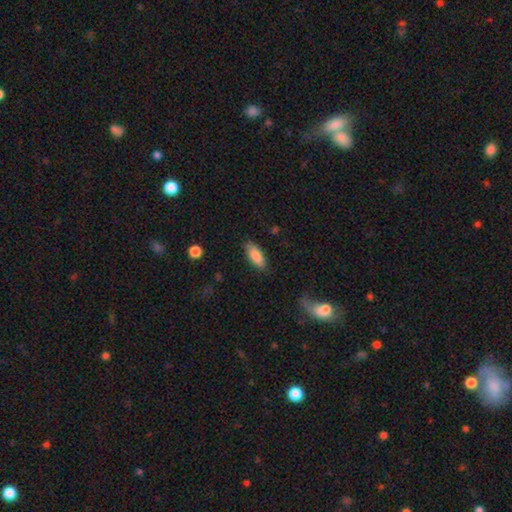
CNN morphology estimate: The model was most divided on "how rounded": in between: 77%, cigar-shaped: 21%, round: 2%. More confident: merging — none (85%); smooth or featured — smooth (85%).